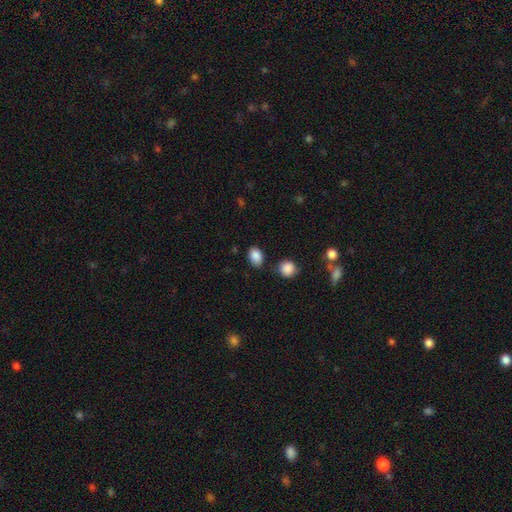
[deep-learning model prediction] A smooth galaxy with no disk features (86%) that is in between round and cigar-shaped (76%).

Vote fractions:
- Smooth or featured? smooth: 86% / star or artifact: 9% / featured or disk: 5%
- How rounded? in between: 76% / round: 23% / cigar-shaped: 1%
- Merging? none: 77% / minor disturbance: 14% / merger: 6% / major disturbance: 3%